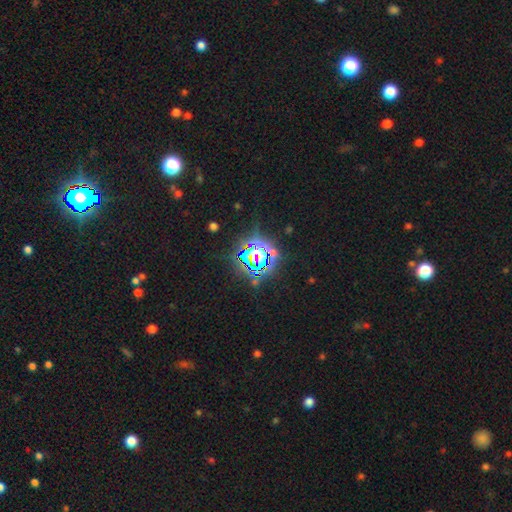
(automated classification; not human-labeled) A star or artifact, not a galaxy (81%).